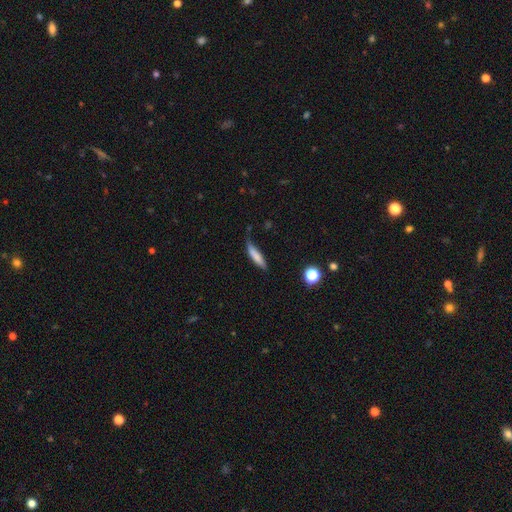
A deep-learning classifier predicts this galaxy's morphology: Smooth or featured? smooth (75%)
How rounded? cigar-shaped (76%)
Merging? none (57%)